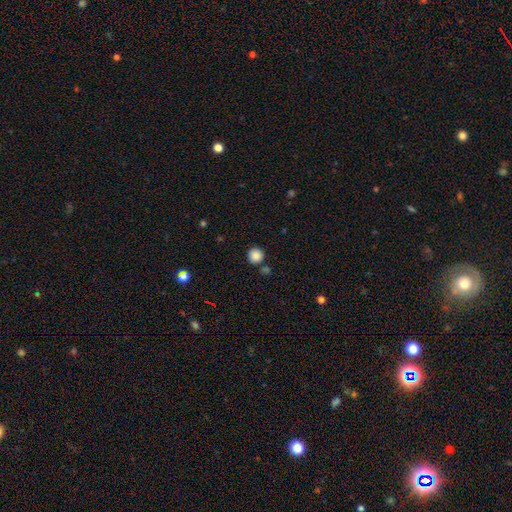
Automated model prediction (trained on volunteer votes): Smooth or featured: smooth — 86% (star or artifact — 10%)
How rounded: round — 95% (in between — 4%)
Merging: none — 83% (minor disturbance — 7%)